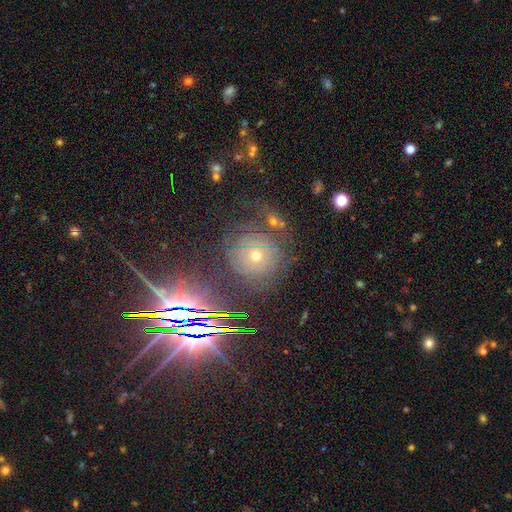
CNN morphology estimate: featured or disk 50%, smooth 26%, star or artifact 24%. Down the decision tree: edge-on disk — no (94%); merging — none (67%).